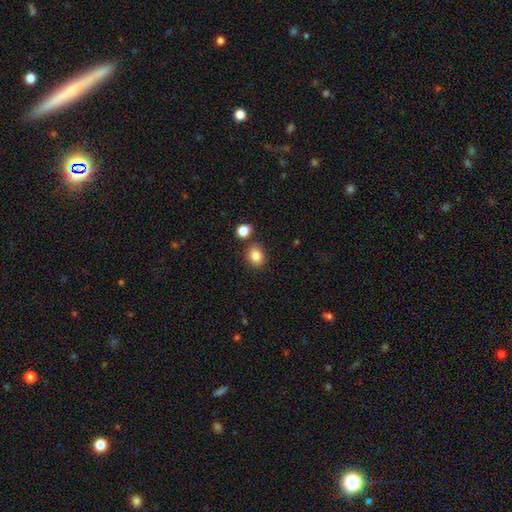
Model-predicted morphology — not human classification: type=smooth (84%); roundness=round (71%); merging=none (81%).